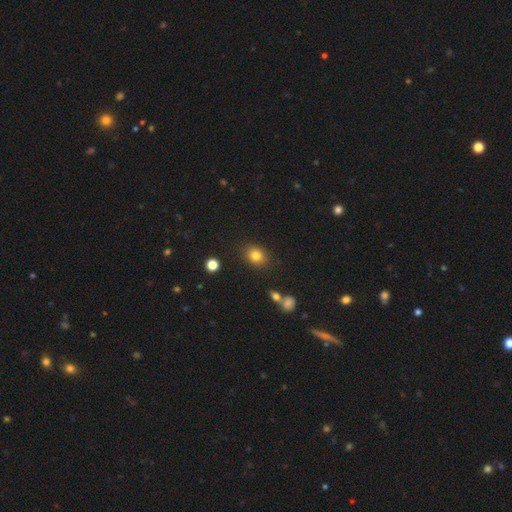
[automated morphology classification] smooth-or-featured: smooth: 81% | star or artifact: 11% | featured or disk: 7%
  how-rounded: round: 57% | in between: 42% | cigar-shaped: 1%
  merging: none: 84% | minor disturbance: 10% | major disturbance: 3% | merger: 3%